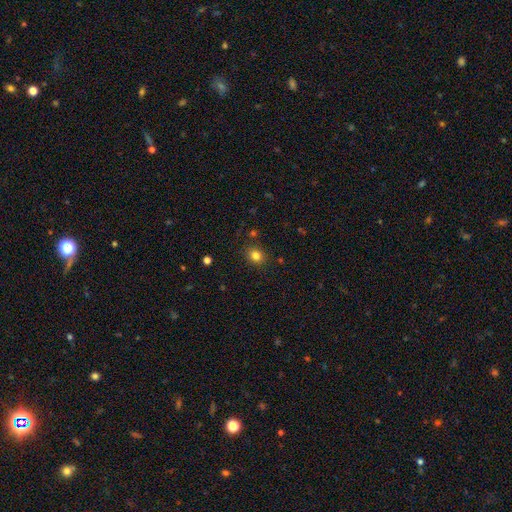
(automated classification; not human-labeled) Smooth or featured? smooth (81%)
How rounded? round (71%)
Merging? none (87%)